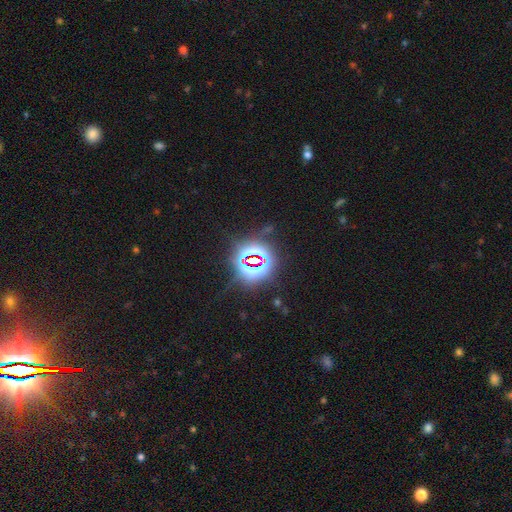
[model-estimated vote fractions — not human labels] The model was most divided on "smooth or featured": star or artifact: 80%, smooth: 12%, featured or disk: 8%.